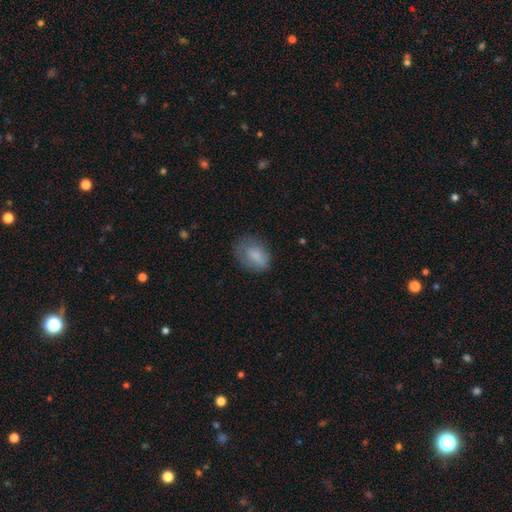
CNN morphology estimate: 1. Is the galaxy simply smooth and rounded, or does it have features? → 77% smooth, 15% featured or disk, 8% star or artifact.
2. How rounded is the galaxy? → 75% in between, 23% round, 1% cigar-shaped.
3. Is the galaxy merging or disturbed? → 60% none, 26% minor disturbance, 12% major disturbance, 1% merger.